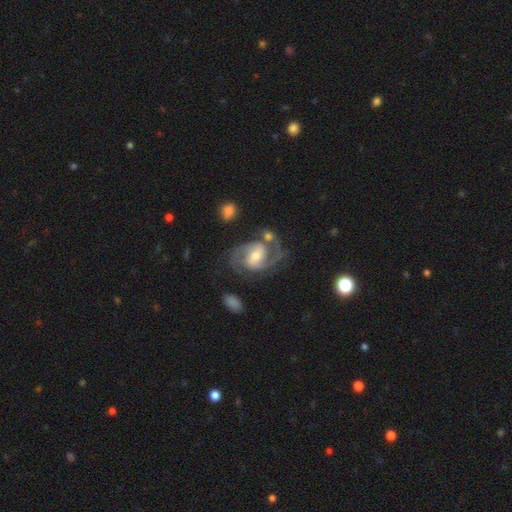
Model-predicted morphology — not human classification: A featured or disk galaxy (89%) with a weak bar (49%), 2 (88%) medium (58%) spiral arms (97%) and a moderate central bulge (58%). Merging: none (65%).